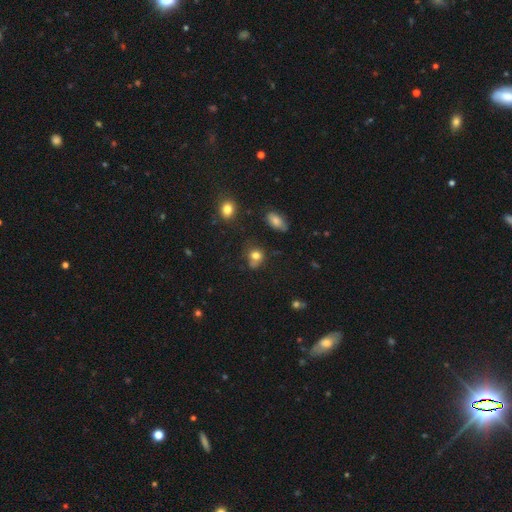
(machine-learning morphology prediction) A smooth galaxy with no disk features (75%) that is round (61%). Merging: none (48%).